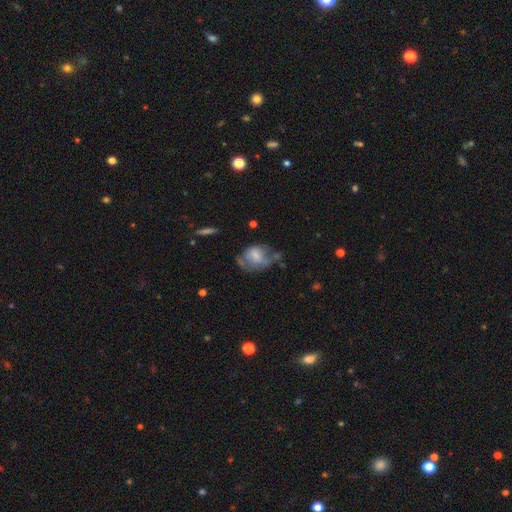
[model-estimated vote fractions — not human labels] smooth-or-featured: smooth: 51% | featured or disk: 40% | star or artifact: 9%
  how-rounded: in between: 62% | round: 36% | cigar-shaped: 1%
  merging: major disturbance: 31% (tied) | none: 31% (tied) | minor disturbance: 30% | merger: 8%